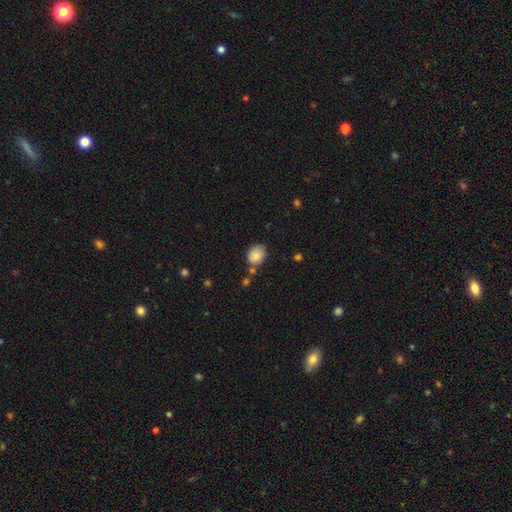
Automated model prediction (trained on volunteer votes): smooth_or_featured: smooth (p=0.84) [alt: star or artifact p=0.08]
how_rounded: in between (p=0.52) [alt: round p=0.47]
merging: none (p=0.61) [alt: minor disturbance p=0.24]